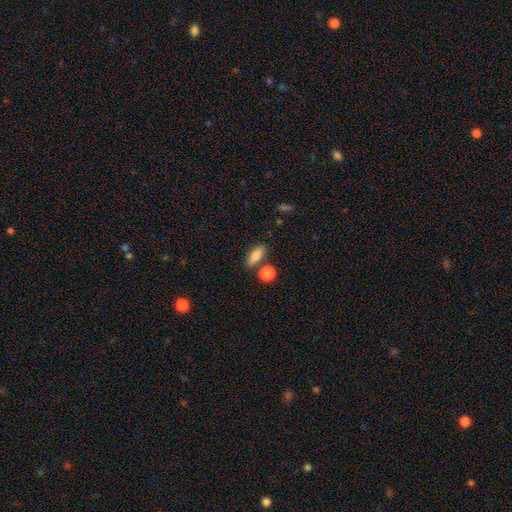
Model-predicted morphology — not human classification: smooth-or-featured: smooth: 78% | featured or disk: 14% | star or artifact: 8%
  how-rounded: in between: 73% | cigar-shaped: 19% | round: 8%
  merging: none: 74% | merger: 12% | minor disturbance: 11% | major disturbance: 3%